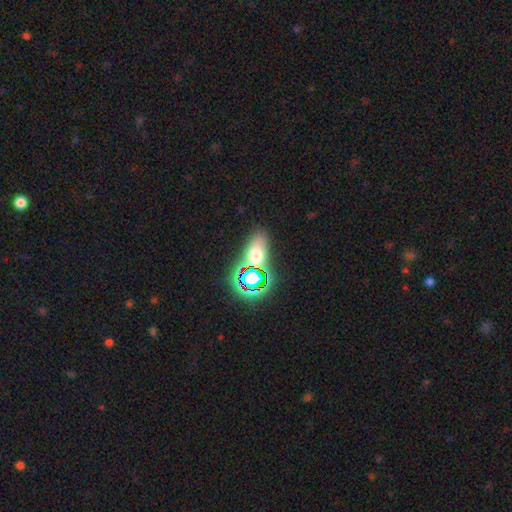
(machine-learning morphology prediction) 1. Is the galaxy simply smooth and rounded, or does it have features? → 52% smooth, 32% star or artifact, 15% featured or disk.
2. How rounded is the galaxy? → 79% in between, 15% round, 6% cigar-shaped.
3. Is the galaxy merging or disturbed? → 69% none, 14% minor disturbance, 11% merger, 6% major disturbance.